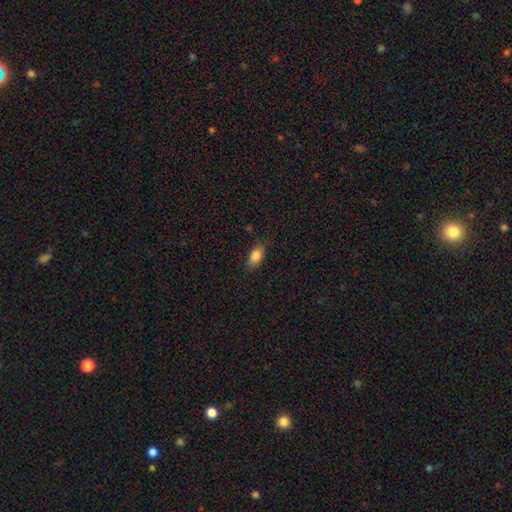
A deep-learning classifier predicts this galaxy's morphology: Smooth or featured?
  - smooth: 85% *
  - star or artifact: 8%
  - featured or disk: 7%
How rounded?
  - in between: 88% *
  - round: 7%
  - cigar-shaped: 5%
Merging?
  - none: 82% *
  - minor disturbance: 14%
  - major disturbance: 3%
  - merger: 1%